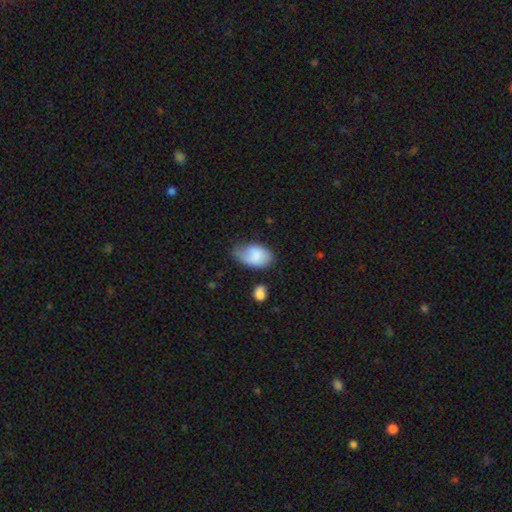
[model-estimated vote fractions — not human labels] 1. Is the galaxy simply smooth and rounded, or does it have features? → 80% smooth, 13% featured or disk, 7% star or artifact.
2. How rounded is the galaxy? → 89% in between, 9% round, 1% cigar-shaped.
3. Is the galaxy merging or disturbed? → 43% none, 40% minor disturbance, 14% major disturbance, 4% merger.